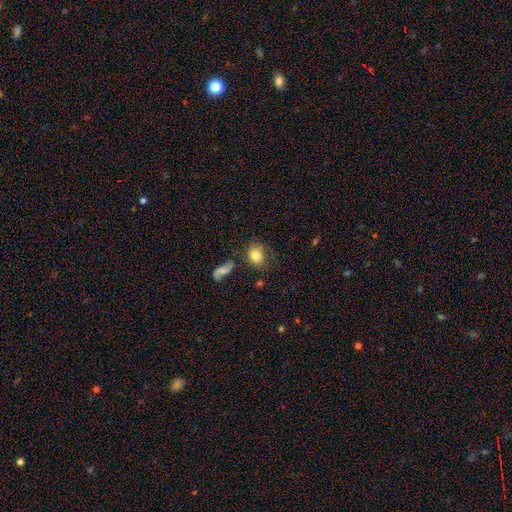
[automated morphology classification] A smooth galaxy with no disk features (80%) that is round (58%).

Vote fractions:
- Smooth or featured? smooth: 80% / featured or disk: 11% / star or artifact: 9%
- How rounded? round: 58% / in between: 40% / cigar-shaped: 2%
- Merging? none: 68% / minor disturbance: 20% / major disturbance: 7% / merger: 5%